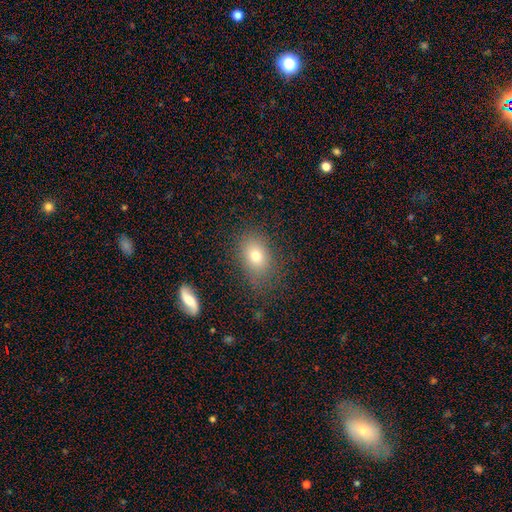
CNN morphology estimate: Smooth or featured? Predicted: smooth (p=0.74). How rounded? Predicted: in between (p=0.73). Merging? Predicted: none (p=0.80).